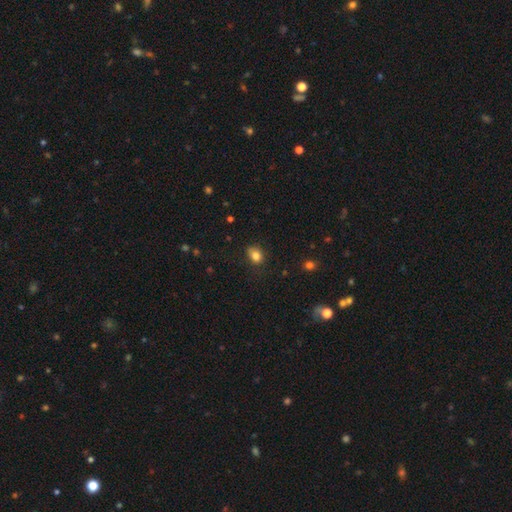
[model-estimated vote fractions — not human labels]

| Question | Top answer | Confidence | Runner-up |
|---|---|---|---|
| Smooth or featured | smooth | 82% | star or artifact (11%) |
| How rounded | in between | 56% | round (43%) |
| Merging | none | 69% | minor disturbance (23%) |